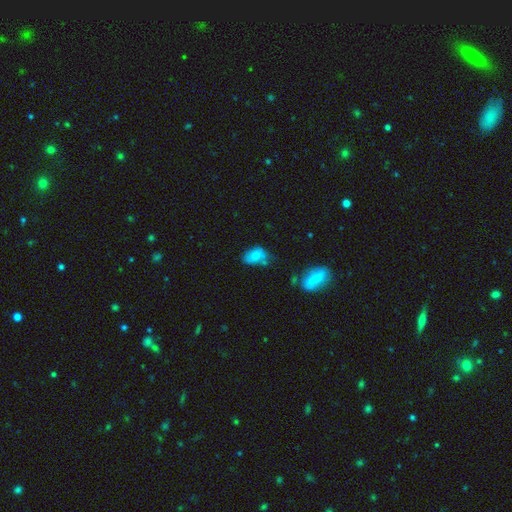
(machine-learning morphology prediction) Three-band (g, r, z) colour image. It shows a smooth galaxy with no disk features (71%) that is in between round and cigar-shaped (81%). Merging: none (42%).